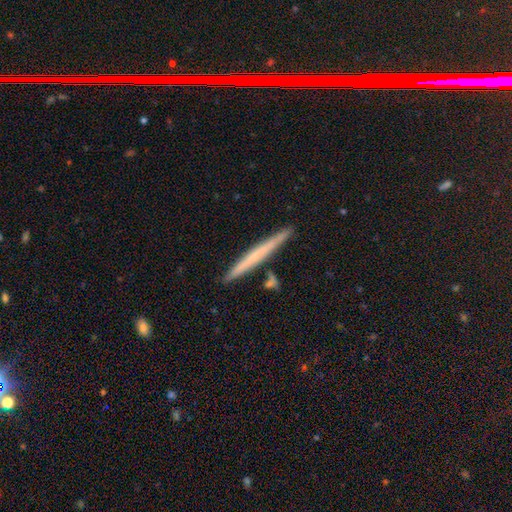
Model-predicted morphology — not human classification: This appears to be a smooth galaxy with no disk features (50%) that is cigar-shaped (97%). Merging: none (88%).